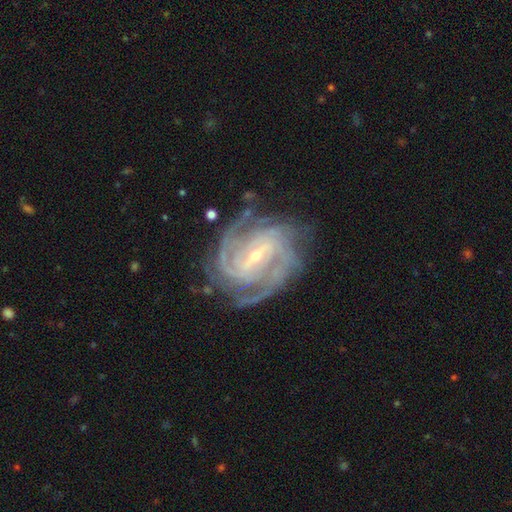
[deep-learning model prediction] Overall: featured or disk (92%). Edge-on disk: no (97%). Bar: weak (44%; strong 41%). Spiral arms: yes (98%). Spiral arm count: 4 (29%; 3 22%). Spiral winding: tight (67%; medium 29%). Bulge size: small (70%). Merging: none (75%).